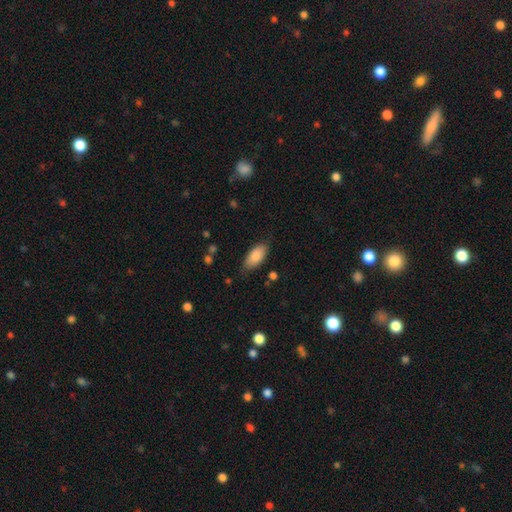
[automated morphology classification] A smooth galaxy with no disk features (85%) that is in between round and cigar-shaped (91%).

Vote fractions:
- Smooth or featured? smooth: 85% / featured or disk: 9% / star or artifact: 6%
- How rounded? in between: 91% / cigar-shaped: 7% / round: 2%
- Merging? none: 78% / minor disturbance: 17% / major disturbance: 3% / merger: 2%